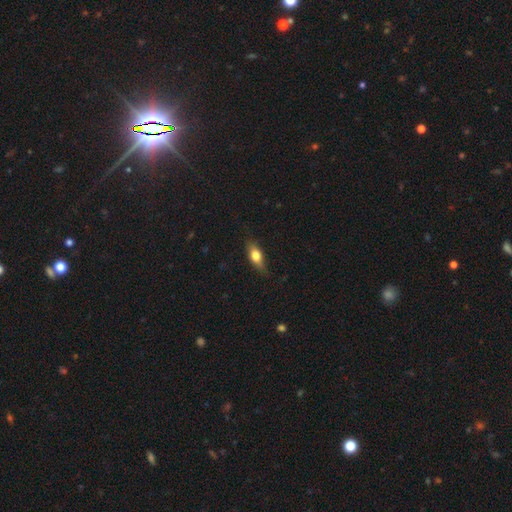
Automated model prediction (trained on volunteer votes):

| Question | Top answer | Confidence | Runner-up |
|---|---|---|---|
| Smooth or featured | smooth | 67% | featured or disk (25%) |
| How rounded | in between | 71% | cigar-shaped (22%) |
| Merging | none | 74% | minor disturbance (20%) |